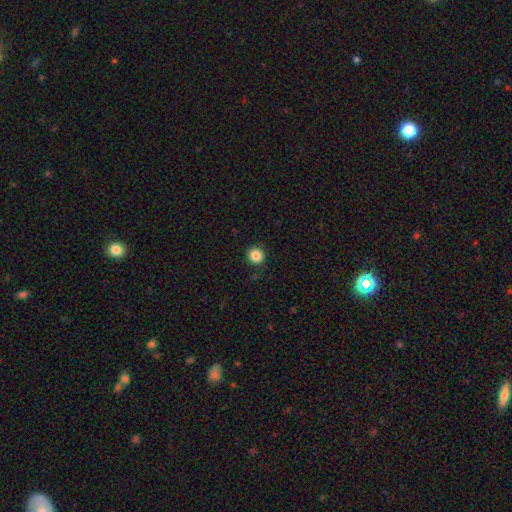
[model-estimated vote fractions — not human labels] smooth-or-featured: smooth: 85% | star or artifact: 11% | featured or disk: 4%
  how-rounded: round: 93% | in between: 6% | cigar-shaped: 1%
  merging: none: 92% | minor disturbance: 6% | major disturbance: 2% | merger: 1%